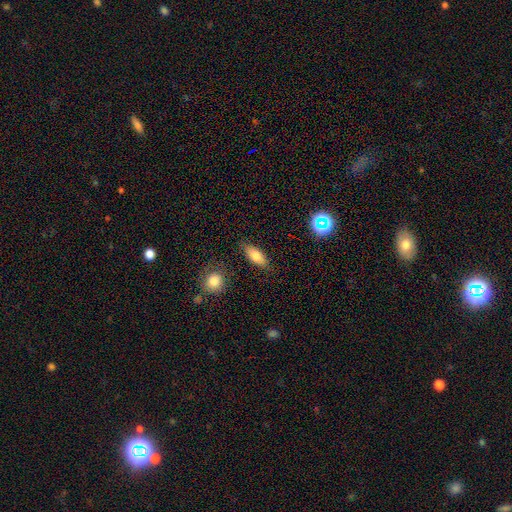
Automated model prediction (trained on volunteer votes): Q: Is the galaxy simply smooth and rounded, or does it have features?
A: smooth — 78%.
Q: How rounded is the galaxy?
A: in between — 81%.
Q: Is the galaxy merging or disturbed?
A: none — 82%.